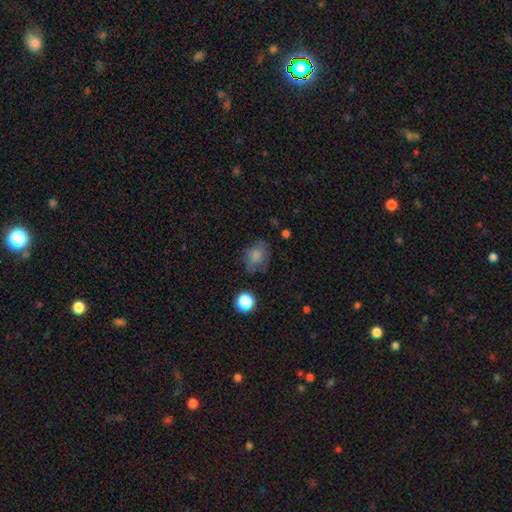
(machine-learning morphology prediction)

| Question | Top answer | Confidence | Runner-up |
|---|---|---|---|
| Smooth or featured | smooth | 73% | featured or disk (15%) |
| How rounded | in between | 51% | round (48%) |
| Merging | none | 60% | minor disturbance (24%) |